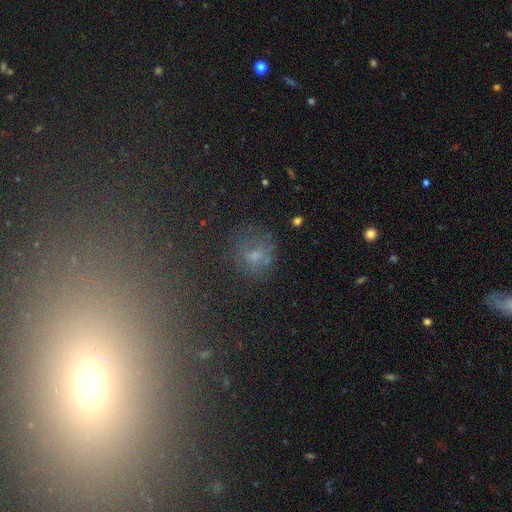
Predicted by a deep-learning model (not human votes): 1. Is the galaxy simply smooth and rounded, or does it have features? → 52% smooth, 25% star or artifact, 23% featured or disk.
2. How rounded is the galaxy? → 68% round, 30% in between, 2% cigar-shaped.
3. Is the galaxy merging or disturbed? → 57% none, 20% minor disturbance, 18% major disturbance, 5% merger.